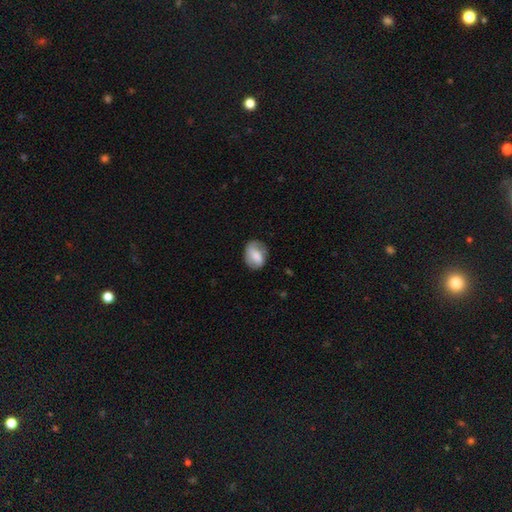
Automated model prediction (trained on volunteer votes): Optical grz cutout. It shows a smooth galaxy with no disk features (63%) that is in between round and cigar-shaped (70%). Merging: none (64%).